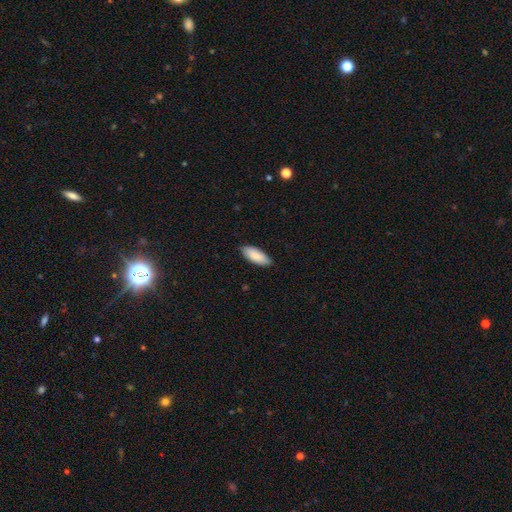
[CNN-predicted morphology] A smooth galaxy with no disk features (89%) that is in between round and cigar-shaped (81%). Merging: none (86%).